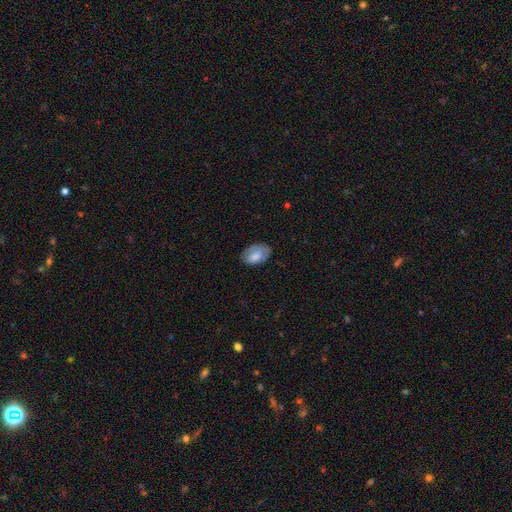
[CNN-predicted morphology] type=smooth (75%); roundness=in between (92%); merging=none (69%).